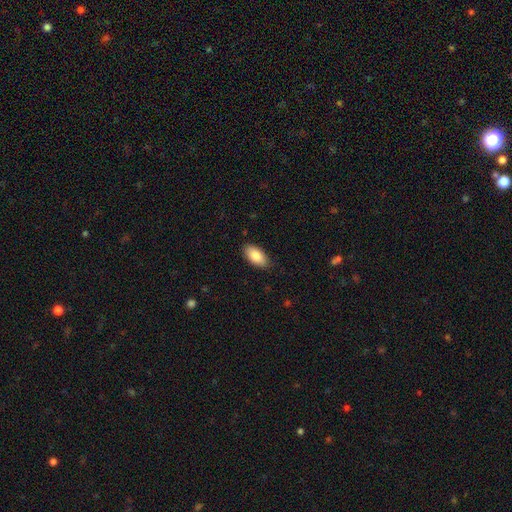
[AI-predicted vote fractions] smooth_or_featured: smooth (p=0.86) [alt: featured or disk p=0.07]
how_rounded: in between (p=0.93) [alt: cigar-shaped p=0.04]
merging: none (p=0.86) [alt: minor disturbance p=0.11]